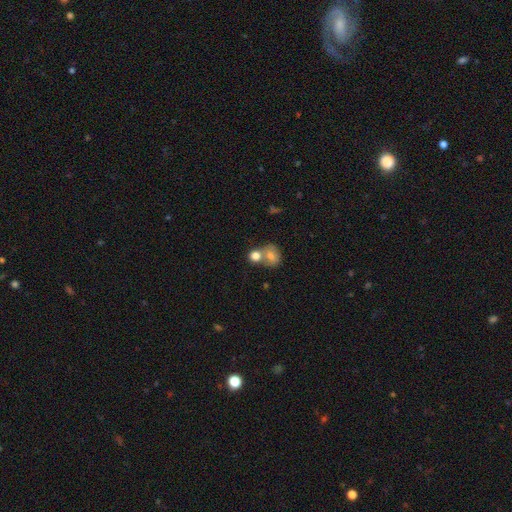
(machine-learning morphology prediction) This is likely a smooth galaxy (77%). How rounded: likely round (76%). Merging: possibly merger (54%).